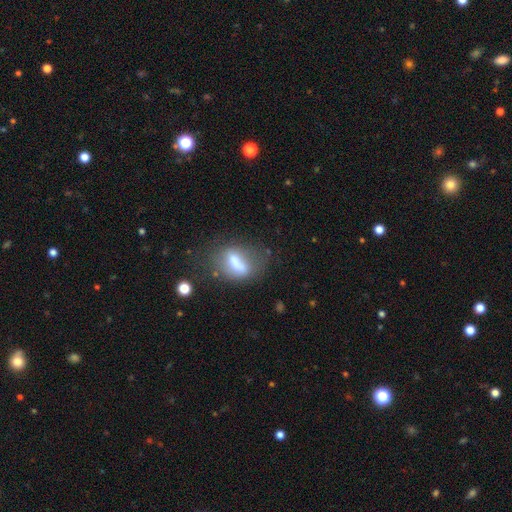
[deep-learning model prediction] A smooth galaxy with no disk features (52%) that is in between round and cigar-shaped (61%).

Vote fractions:
- Smooth or featured? smooth: 52% / featured or disk: 35% / star or artifact: 13%
- How rounded? in between: 61% / cigar-shaped: 26% / round: 13%
- Merging? none: 56% / minor disturbance: 21% / major disturbance: 15% / merger: 8%